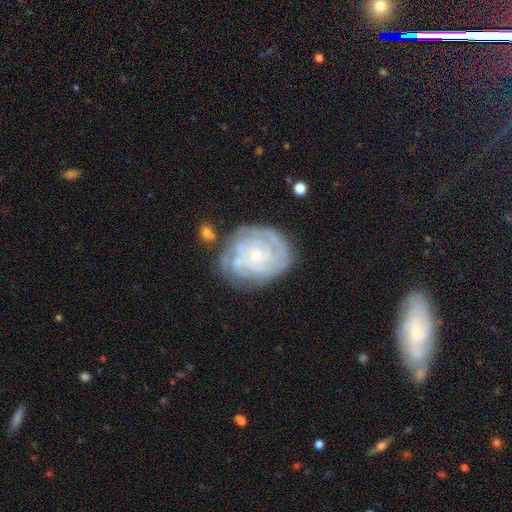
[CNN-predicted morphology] Smooth or featured?
  - featured or disk: 80% *
  - smooth: 13%
  - star or artifact: 7%
Edge-on disk?
  - no: 97% *
  - yes: 3%
Bar?
  - no: 78% *
  - weak: 18%
  - strong: 4%
Spiral arms?
  - yes: 92% *
  - no: 8%
Spiral winding?
  - tight: 78% *
  - medium: 18%
  - loose: 5%
Spiral arm count?
  - can't tell: 41% *
  - 4: 17%
  - 3: 16%
  - 2: 12%
  - more than 4: 8%
  - 1: 6%
Bulge size?
  - small: 74% *
  - moderate: 21%
  - none: 3%
  - large: 1%
  - dominant: 1%
Merging?
  - none: 70% *
  - minor disturbance: 19%
  - major disturbance: 7%
  - merger: 5%